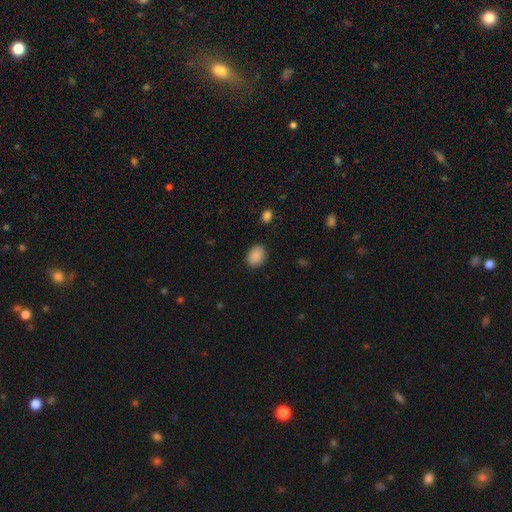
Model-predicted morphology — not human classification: Smooth or featured?
  - smooth: 89% *
  - star or artifact: 8%
  - featured or disk: 3%
How rounded?
  - in between: 70% *
  - round: 29%
  - cigar-shaped: 1%
Merging?
  - none: 86% *
  - minor disturbance: 10%
  - major disturbance: 3%
  - merger: 1%